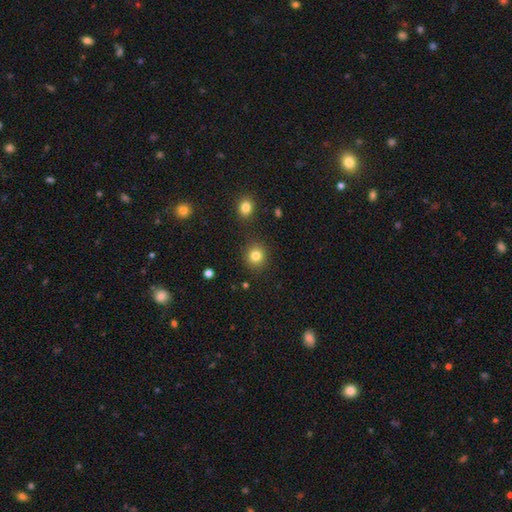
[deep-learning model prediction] This is clearly a smooth galaxy (83%). How rounded: clearly round (88%). Merging: clearly none (87%).